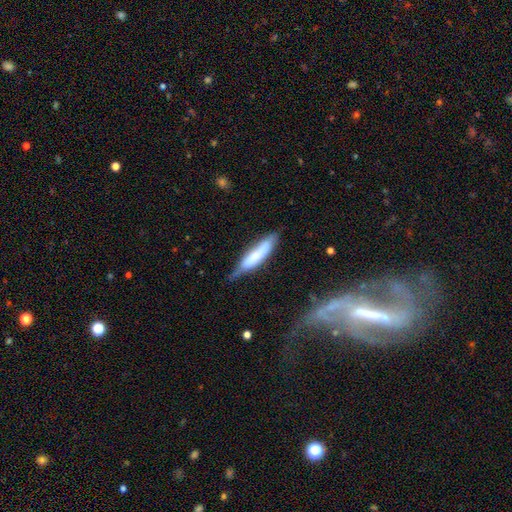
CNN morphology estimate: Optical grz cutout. It shows a smooth galaxy with no disk features (66%) that is cigar-shaped (80%). Merging: none (54%).